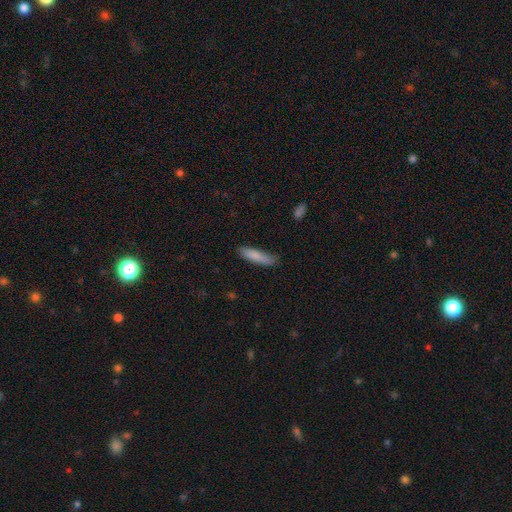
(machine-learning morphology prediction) Smooth or featured? smooth (84%)
How rounded? cigar-shaped (78%)
Merging? none (79%)